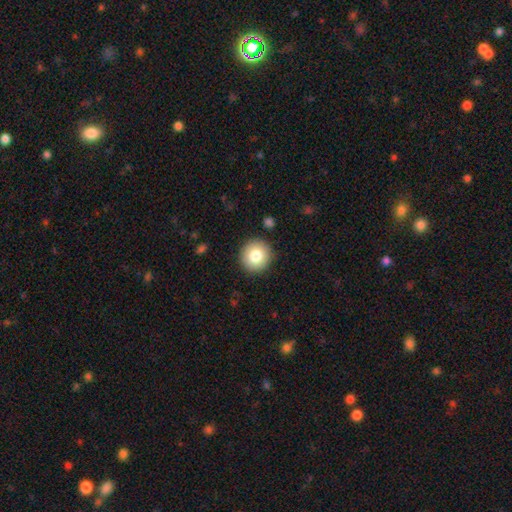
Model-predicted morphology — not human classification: Smooth or featured?
  - smooth: 80% *
  - featured or disk: 11%
  - star or artifact: 9%
How rounded?
  - round: 94% *
  - in between: 5%
  - cigar-shaped: 1%
Merging?
  - none: 90% *
  - minor disturbance: 6%
  - major disturbance: 2%
  - merger: 1%